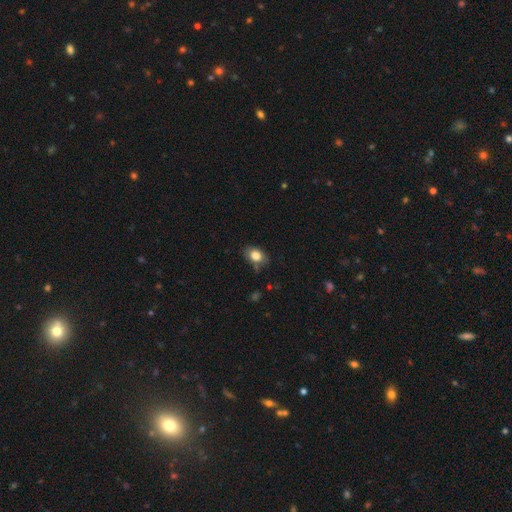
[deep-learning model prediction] This appears to be a smooth galaxy with no disk features (82%) that is in between round and cigar-shaped (74%). Merging: none (70%).